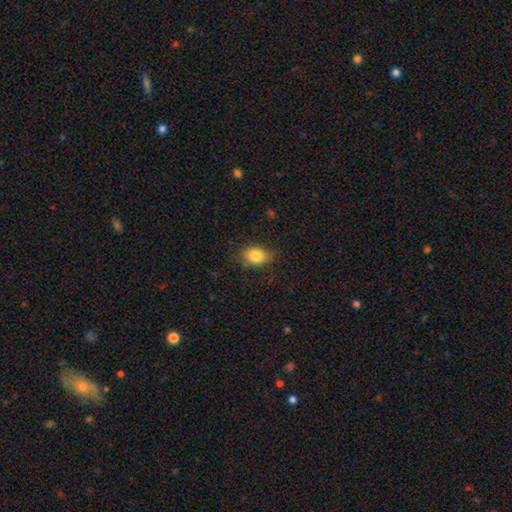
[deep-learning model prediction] Smooth or featured: smooth — 83% (star or artifact — 9%)
How rounded: in between — 67% (round — 31%)
Merging: none — 78% (minor disturbance — 17%)